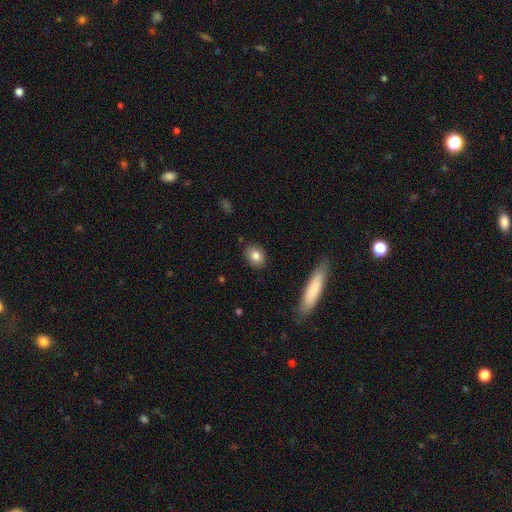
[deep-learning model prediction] Q: Smooth or featured?
A: smooth (82%); runner-up: featured or disk (10%)
Q: How rounded?
A: in between (55%); runner-up: round (43%)
Q: Merging?
A: none (87%); runner-up: minor disturbance (9%)